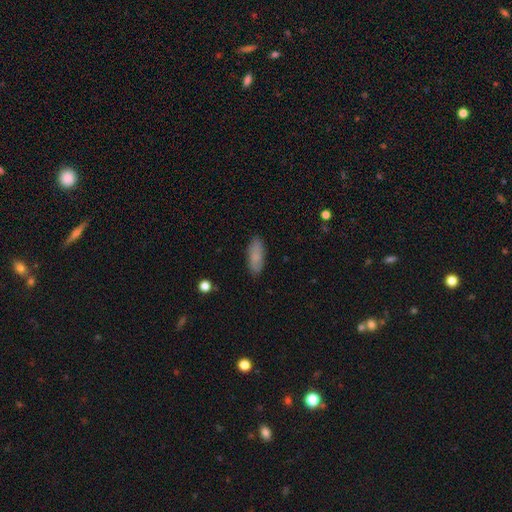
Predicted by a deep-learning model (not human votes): The model was most divided on "how rounded": in between: 69%, cigar-shaped: 29%, round: 2%. More confident: merging — none (86%); smooth or featured — smooth (83%).